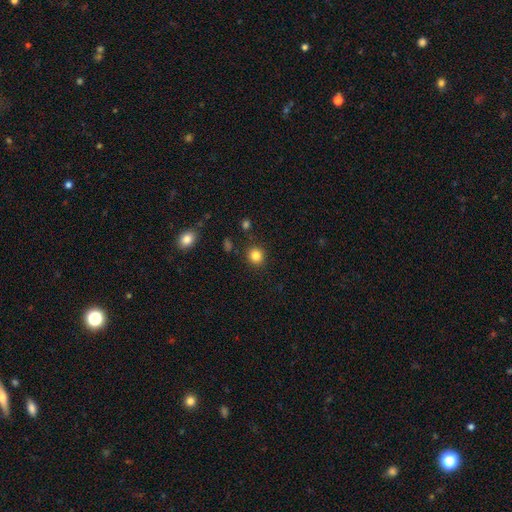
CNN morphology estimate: smooth_or_featured: smooth (p=0.84) [alt: star or artifact p=0.11]
how_rounded: round (p=0.86) [alt: in between p=0.13]
merging: none (p=0.89) [alt: minor disturbance p=0.07]